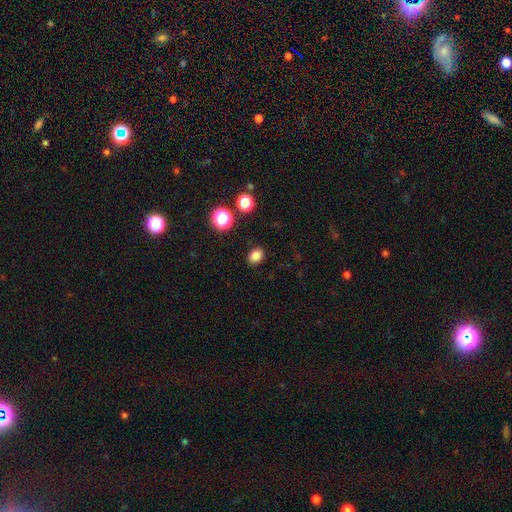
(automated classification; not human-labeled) smooth-or-featured: smooth: 82% | star or artifact: 13% | featured or disk: 5%
  how-rounded: in between: 60% | round: 39% | cigar-shaped: 1%
  merging: none: 87% | minor disturbance: 9% | major disturbance: 3% | merger: 2%